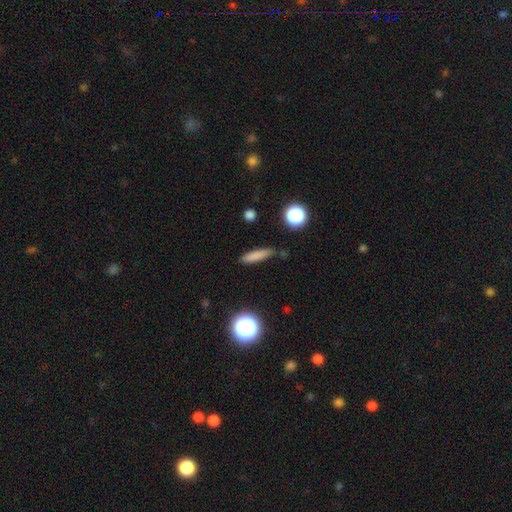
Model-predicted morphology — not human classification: This is likely a smooth galaxy (78%). How rounded: likely cigar-shaped (77%). Merging: likely none (79%).